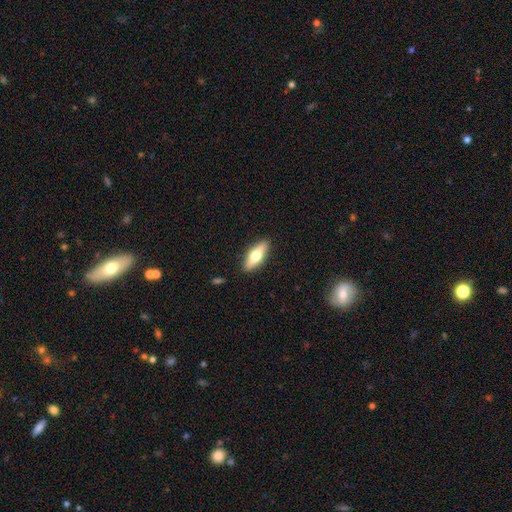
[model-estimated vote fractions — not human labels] The model was most divided on "smooth or featured": smooth: 56%, featured or disk: 38%, star or artifact: 6%. More confident: merging — none (89%); how rounded — in between (61%).